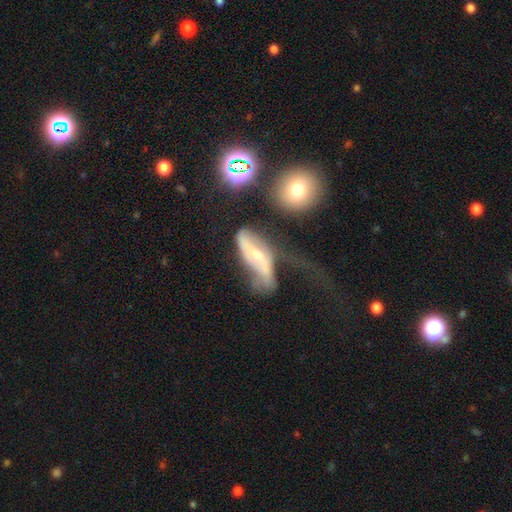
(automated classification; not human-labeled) smooth_or_featured: featured or disk (p=0.66) [alt: smooth p=0.24]
disk_edge_on: no (p=0.82) [alt: yes p=0.18]
bar: no (p=0.42) [alt: strong p=0.29]
has_spiral_arms: yes (p=0.71) [alt: no p=0.29]
bulge_size: small (p=0.58) [alt: moderate p=0.37]
merging: major disturbance (p=0.50) [alt: none p=0.21]